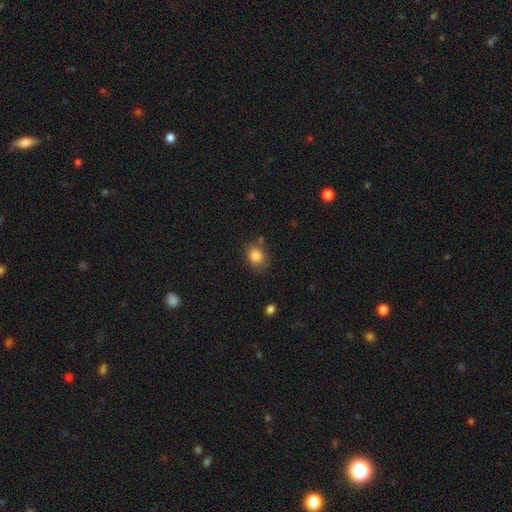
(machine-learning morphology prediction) A smooth galaxy with no disk features (85%) that is round (66%). Merging: none (69%).